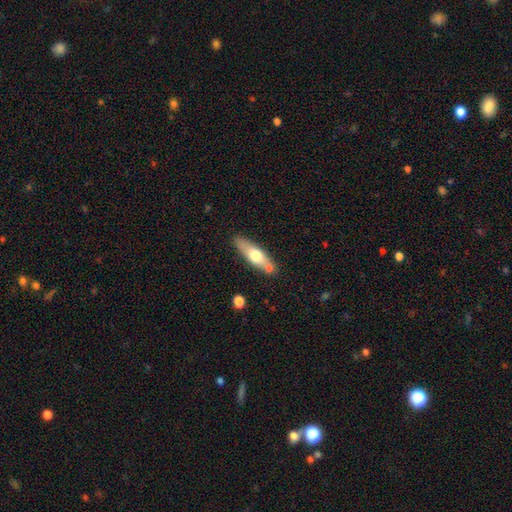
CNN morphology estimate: Smooth or featured? smooth (56%)
How rounded? cigar-shaped (61%)
Merging? none (73%)